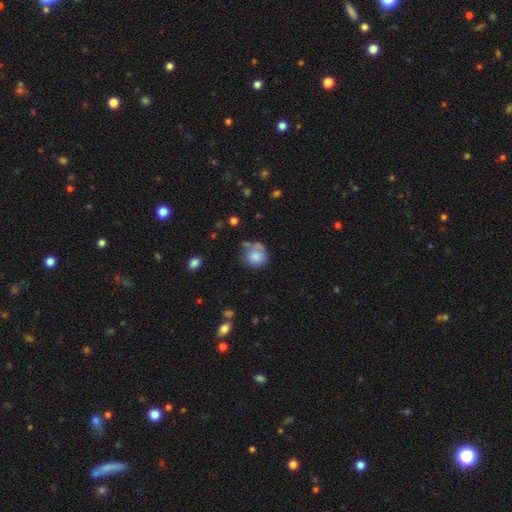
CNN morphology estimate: Smooth or featured?
  - smooth: 76% *
  - featured or disk: 15%
  - star or artifact: 8%
How rounded?
  - round: 81% *
  - in between: 18%
  - cigar-shaped: 1%
Merging?
  - none: 44% *
  - minor disturbance: 25%
  - merger: 18%
  - major disturbance: 13%